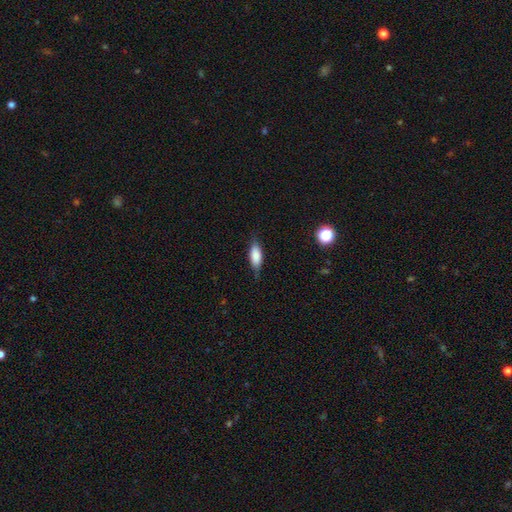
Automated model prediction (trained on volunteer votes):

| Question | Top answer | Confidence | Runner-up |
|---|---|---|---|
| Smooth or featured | smooth | 76% | featured or disk (17%) |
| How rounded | in between | 72% | cigar-shaped (25%) |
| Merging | none | 75% | minor disturbance (20%) |